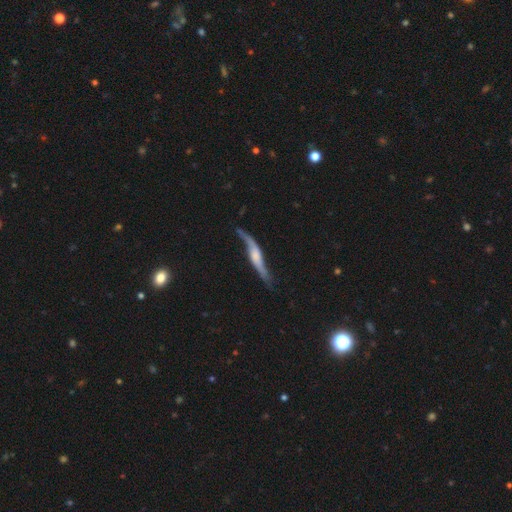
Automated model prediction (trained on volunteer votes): This is likely a featured or disk galaxy (74%). It is likely viewed edge-on (63%). Merging: possibly none (58%).